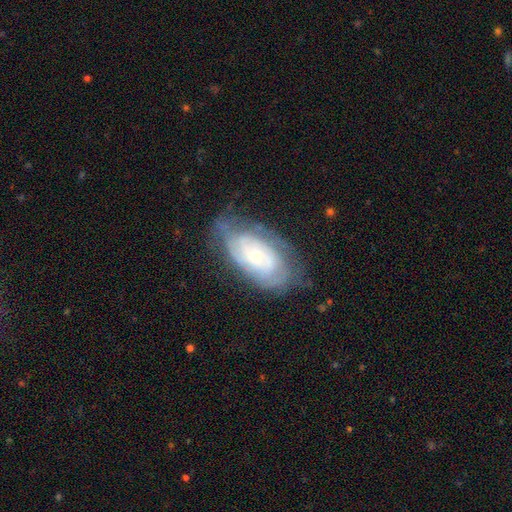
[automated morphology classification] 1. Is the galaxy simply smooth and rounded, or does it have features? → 72% featured or disk, 21% smooth, 7% star or artifact.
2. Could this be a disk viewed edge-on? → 94% no, 6% yes.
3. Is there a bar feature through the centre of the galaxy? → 77% no, 19% weak, 4% strong.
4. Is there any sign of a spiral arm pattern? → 82% yes, 18% no.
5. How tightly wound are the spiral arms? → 67% tight, 25% medium, 8% loose.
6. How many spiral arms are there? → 54% can't tell, 22% 2, 11% 3, 6% 4, 4% 1, 3% more than 4.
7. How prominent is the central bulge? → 70% small, 25% moderate, 2% large, 2% none, 1% dominant.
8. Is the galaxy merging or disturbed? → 63% none, 24% minor disturbance, 11% major disturbance, 2% merger.